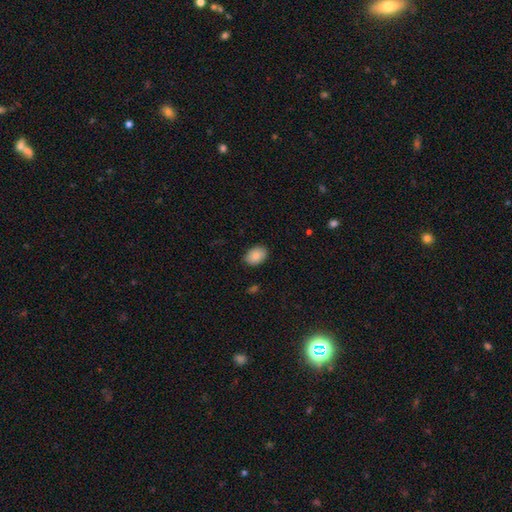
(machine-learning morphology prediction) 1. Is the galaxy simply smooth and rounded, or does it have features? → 88% smooth, 7% star or artifact, 5% featured or disk.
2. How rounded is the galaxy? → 84% in between, 15% round, 1% cigar-shaped.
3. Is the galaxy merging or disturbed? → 86% none, 11% minor disturbance, 2% major disturbance, 1% merger.